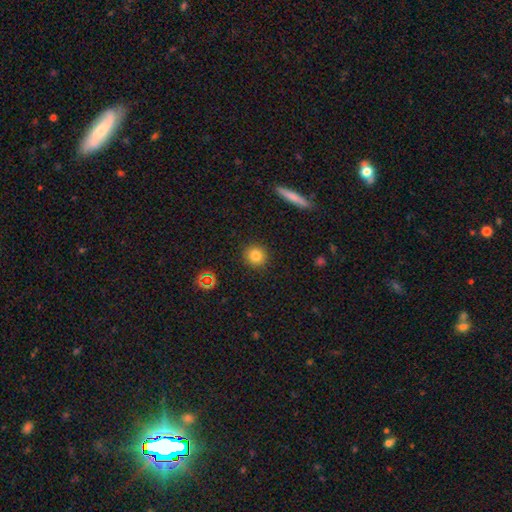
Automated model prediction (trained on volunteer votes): A smooth galaxy with no disk features (81%) that is round (91%). Merging: none (91%).